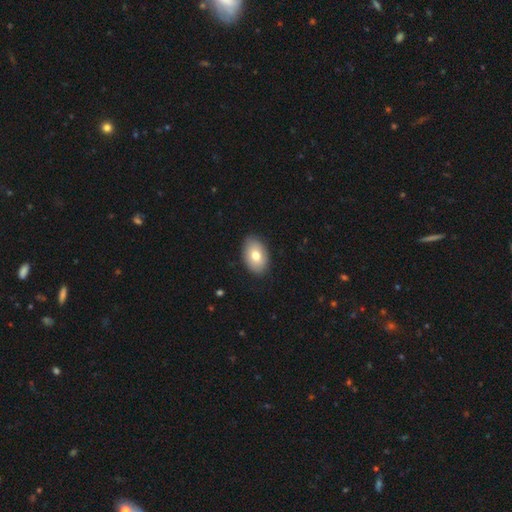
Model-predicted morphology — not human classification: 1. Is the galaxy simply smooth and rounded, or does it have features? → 75% smooth, 18% featured or disk, 7% star or artifact.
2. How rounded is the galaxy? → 88% in between, 11% round, 1% cigar-shaped.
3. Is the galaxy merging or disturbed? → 87% none, 10% minor disturbance, 2% major disturbance, 1% merger.